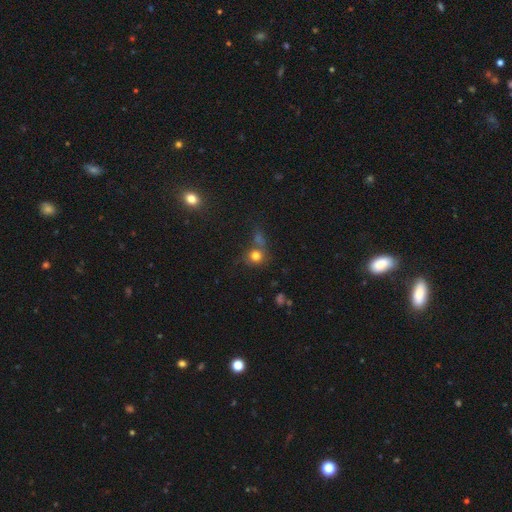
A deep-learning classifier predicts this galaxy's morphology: Overall: smooth (77%). How rounded: round (84%). Merging: none (55%; merger 25%).